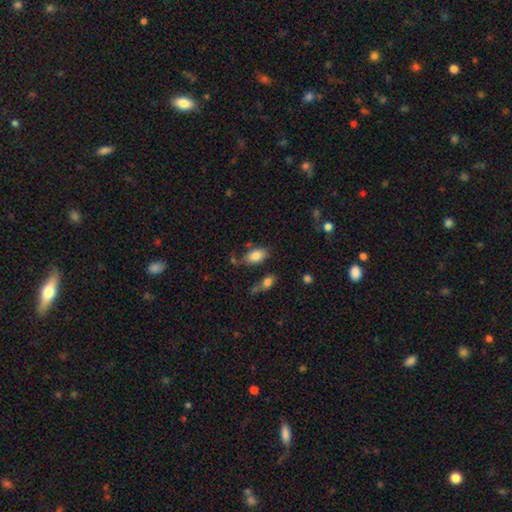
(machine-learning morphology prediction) smooth_or_featured: smooth (p=0.83) [alt: featured or disk p=0.09]
how_rounded: in between (p=0.91) [alt: round p=0.06]
merging: none (p=0.64) [alt: minor disturbance p=0.19]